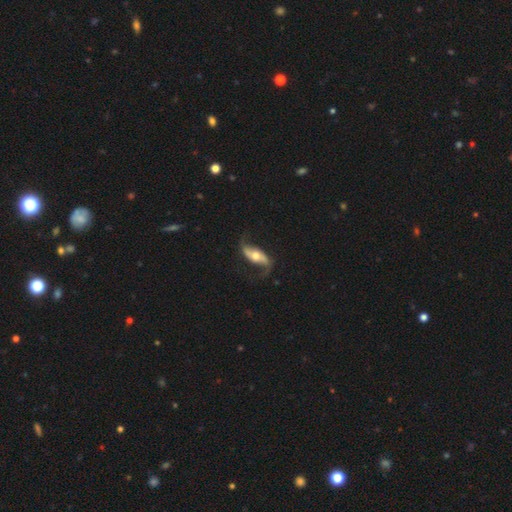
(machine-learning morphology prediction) Smooth or featured? featured or disk (81%)
Edge-on disk? no (87%)
Bar? no (40%)
Spiral arms? yes (93%)
Spiral winding? loose (80%)
Spiral arm count? 2 (93%)
Bulge size? moderate (69%)
Merging? none (74%)